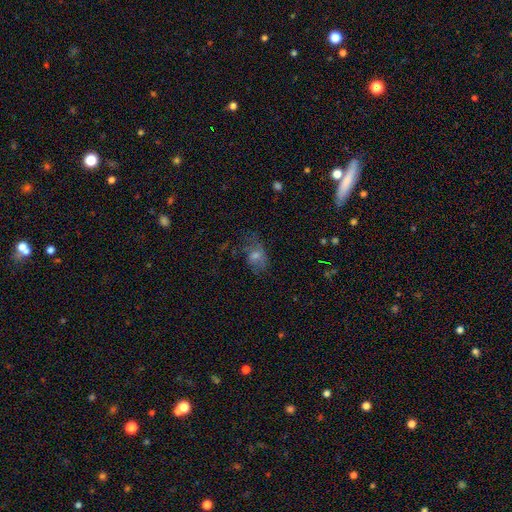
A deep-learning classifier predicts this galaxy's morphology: Smooth or featured? smooth (45%)
Merging? none (50%)